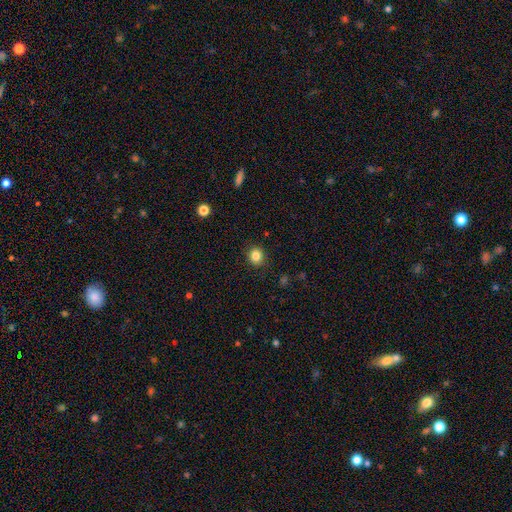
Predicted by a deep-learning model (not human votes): A smooth galaxy with no disk features (84%) that is round (84%). Merging: none (89%).